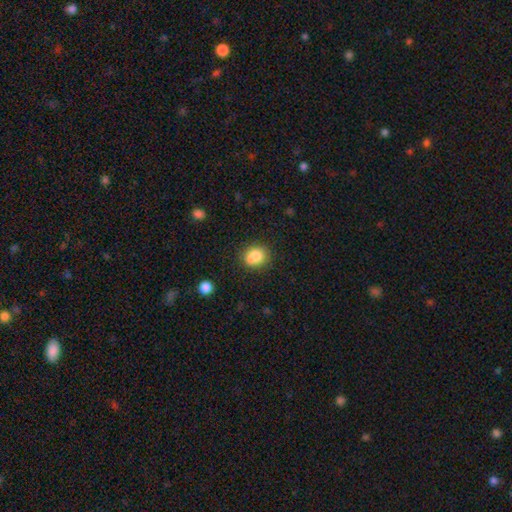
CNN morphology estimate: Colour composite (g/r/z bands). It shows a smooth galaxy with no disk features (82%) that is round (59%). Merging: none (65%).